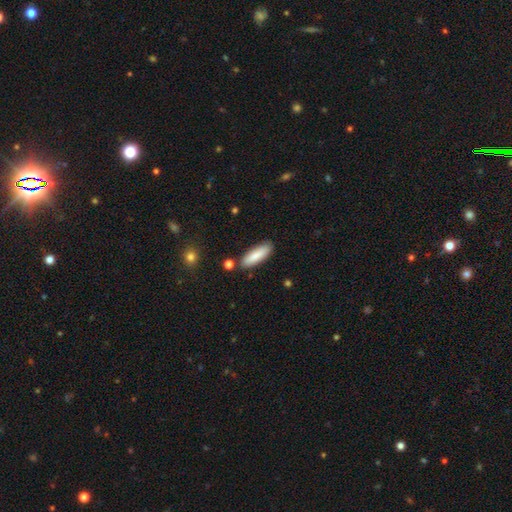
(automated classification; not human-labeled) A smooth galaxy with no disk features (83%) that is cigar-shaped (55%). Merging: none (84%).